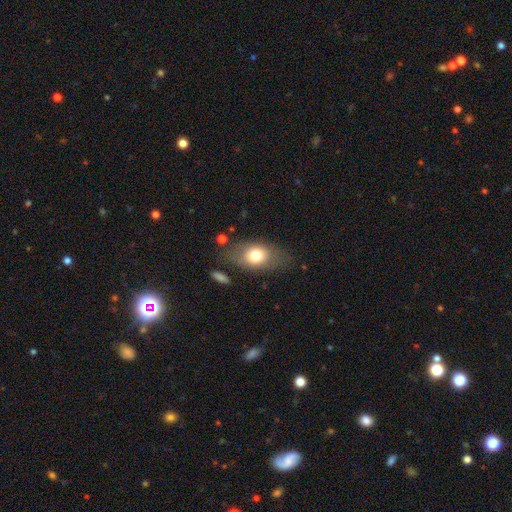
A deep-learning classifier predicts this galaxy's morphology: Smooth or featured?
  - smooth: 73% *
  - featured or disk: 19%
  - star or artifact: 8%
How rounded?
  - in between: 78% *
  - round: 19%
  - cigar-shaped: 3%
Merging?
  - none: 69% *
  - minor disturbance: 18%
  - major disturbance: 9%
  - merger: 4%